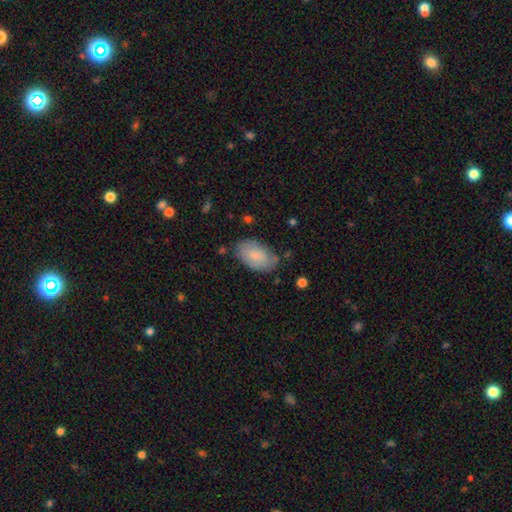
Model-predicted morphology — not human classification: Smooth or featured: smooth — 83% (featured or disk — 11%)
How rounded: in between — 94% (round — 4%)
Merging: none — 76% (minor disturbance — 18%)